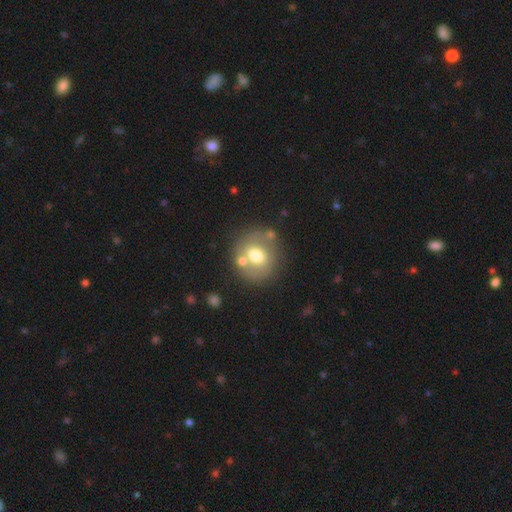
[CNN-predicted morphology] This appears to be a smooth galaxy with no disk features (61%) that is round (80%). Merging: none (69%).